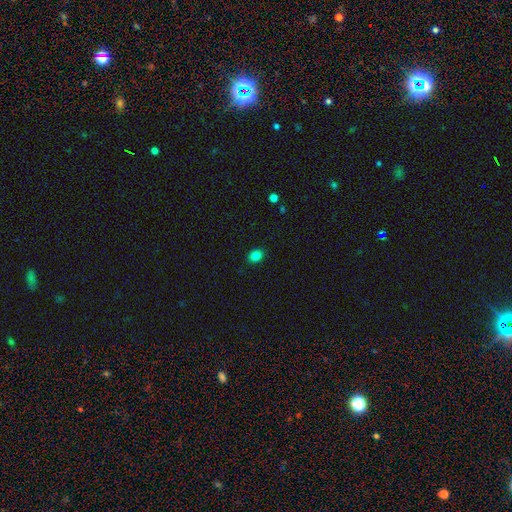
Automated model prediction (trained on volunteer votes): A smooth galaxy with no disk features (84%) that is in between round and cigar-shaped (57%).

Vote fractions:
- Smooth or featured? smooth: 84% / star or artifact: 12% / featured or disk: 4%
- How rounded? in between: 57% / round: 42% / cigar-shaped: 1%
- Merging? none: 89% / minor disturbance: 8% / major disturbance: 2% / merger: 1%